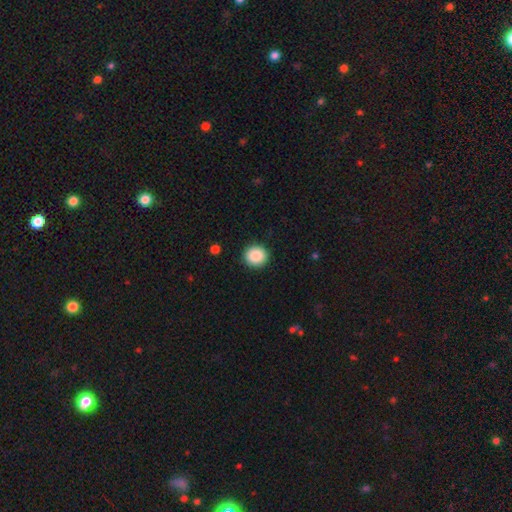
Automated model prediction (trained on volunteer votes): This is clearly a smooth galaxy (88%). How rounded: clearly round (88%). Merging: clearly none (92%).